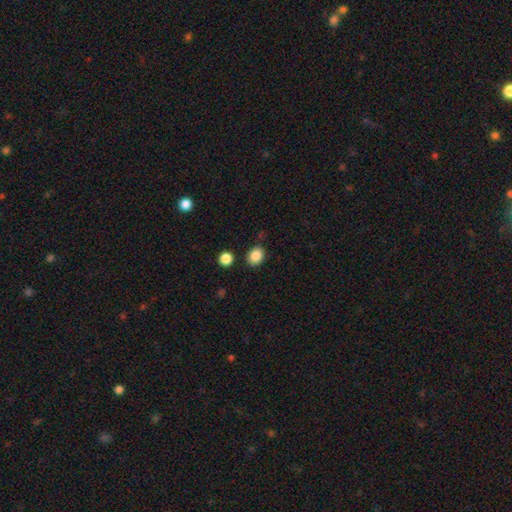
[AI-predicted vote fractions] Smooth or featured?
  - smooth: 87% *
  - star or artifact: 9%
  - featured or disk: 4%
How rounded?
  - in between: 56% *
  - round: 43%
  - cigar-shaped: 1%
Merging?
  - none: 81% *
  - minor disturbance: 12%
  - merger: 4%
  - major disturbance: 3%